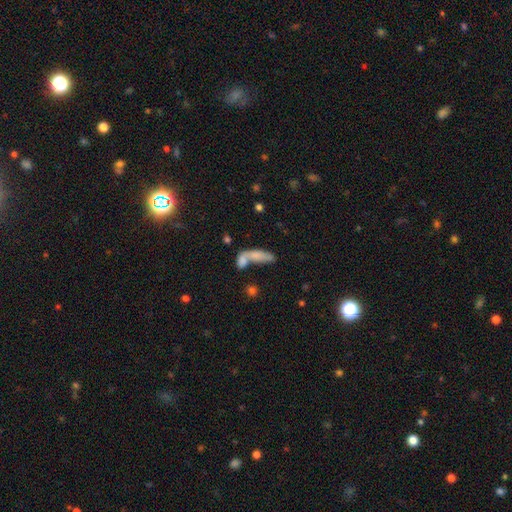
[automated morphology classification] smooth_or_featured: smooth (p=0.70) [alt: featured or disk p=0.20]
how_rounded: in between (p=0.53) [alt: cigar-shaped p=0.41]
merging: merger (p=0.54) [alt: none p=0.26]